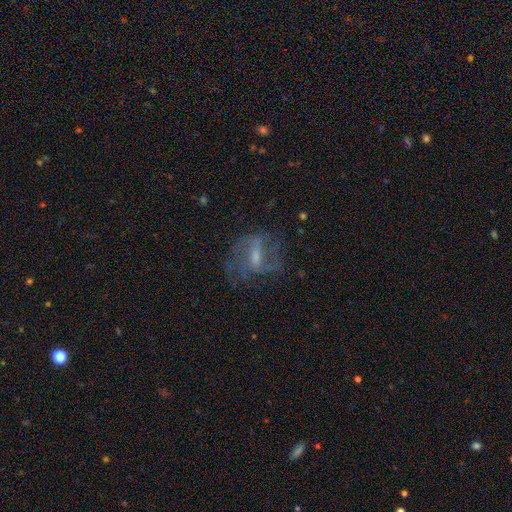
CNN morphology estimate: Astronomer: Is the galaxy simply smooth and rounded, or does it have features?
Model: featured or disk — 73%.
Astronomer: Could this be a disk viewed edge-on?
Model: no — 94%.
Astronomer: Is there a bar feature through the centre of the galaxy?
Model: weak — 48% (runner-up: strong, 33%).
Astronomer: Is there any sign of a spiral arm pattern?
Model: yes — 80%.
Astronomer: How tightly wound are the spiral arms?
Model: medium — 43% (runner-up: loose, 39%).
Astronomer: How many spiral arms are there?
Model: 2 — 53%.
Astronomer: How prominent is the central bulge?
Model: small — 47% (runner-up: moderate, 33%).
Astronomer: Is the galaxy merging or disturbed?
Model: none — 57%.